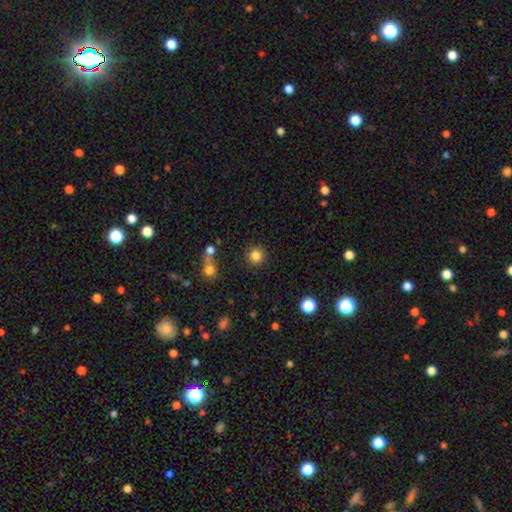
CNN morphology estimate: Q: Smooth or featured?
A: smooth (83%); runner-up: star or artifact (12%)
Q: How rounded?
A: round (94%); runner-up: in between (5%)
Q: Merging?
A: none (87%); runner-up: minor disturbance (7%)